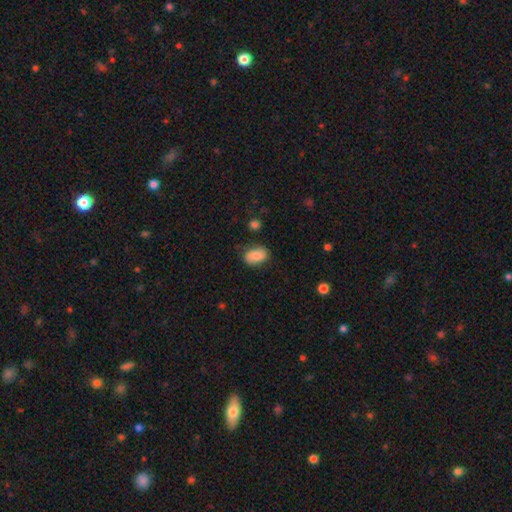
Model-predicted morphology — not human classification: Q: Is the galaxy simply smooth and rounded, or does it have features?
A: smooth — 75%.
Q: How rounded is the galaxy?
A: in between — 86%.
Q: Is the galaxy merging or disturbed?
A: none — 75%.